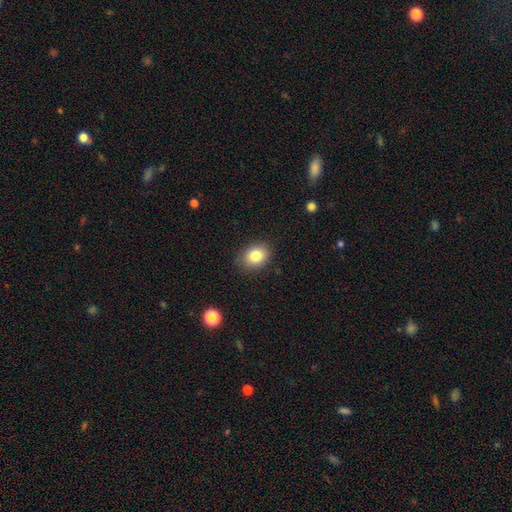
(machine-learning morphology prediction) This is clearly a smooth galaxy (83%). How rounded: possibly in between (59%). Merging: clearly none (84%).